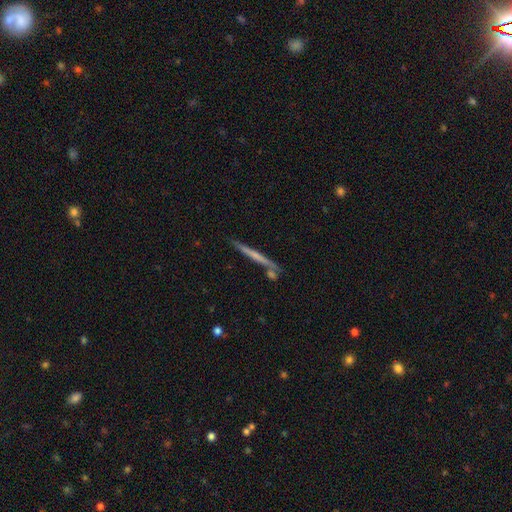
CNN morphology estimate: A featured or disk galaxy (51%) viewed edge-on (96%). Merging: none (79%).